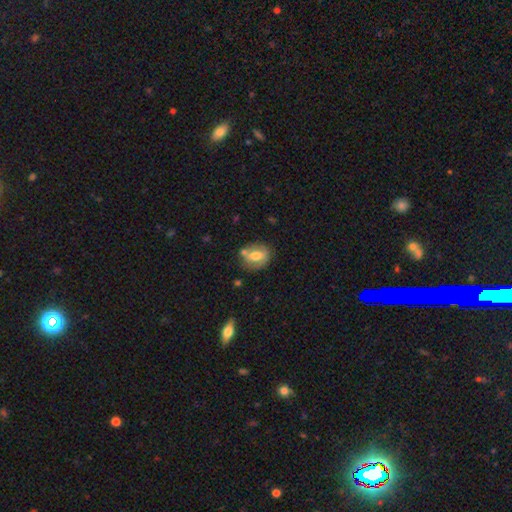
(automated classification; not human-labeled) Smooth or featured? Predicted: smooth (p=0.53). How rounded? Predicted: in between (p=0.52). Merging? Predicted: none (p=0.63).